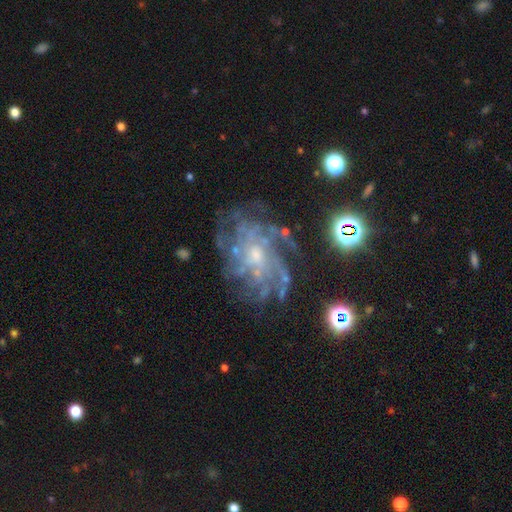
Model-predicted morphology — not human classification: type=featured or disk (79%); edge-on=no (97%); bar=no (74%); spiral arms=yes (90%); winding=tight (55%); arm count=can't tell (41%); bulge=small (57%); merging=none (70%).